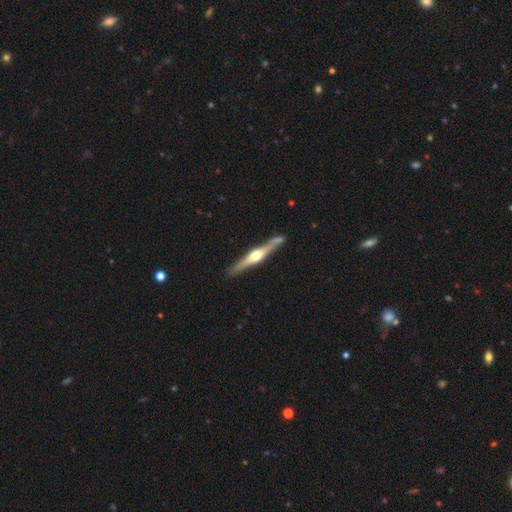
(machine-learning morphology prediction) A featured or disk galaxy (76%) viewed edge-on (97%) with a rounded central bulge (93%). Merging: none (80%).